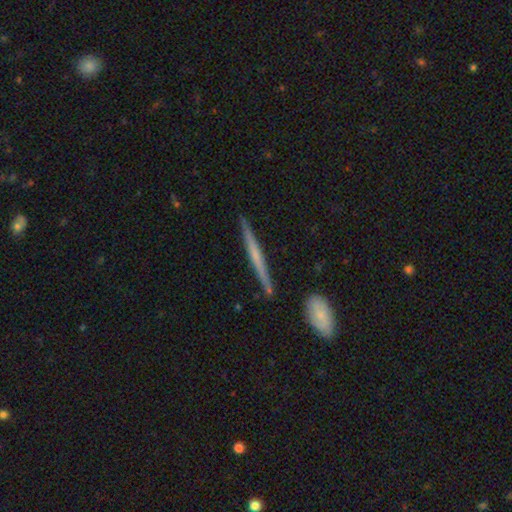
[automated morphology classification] A featured or disk galaxy (58%) viewed edge-on (97%) with no central bulge (69%).

Vote fractions:
- Smooth or featured? featured or disk: 58% / smooth: 37% / star or artifact: 6%
- Edge-on disk? yes: 97% / no: 3%
- Edge-on bulge? none: 69% / rounded: 23% / boxy: 9%
- Merging? none: 88% / minor disturbance: 8% / merger: 2% / major disturbance: 2%